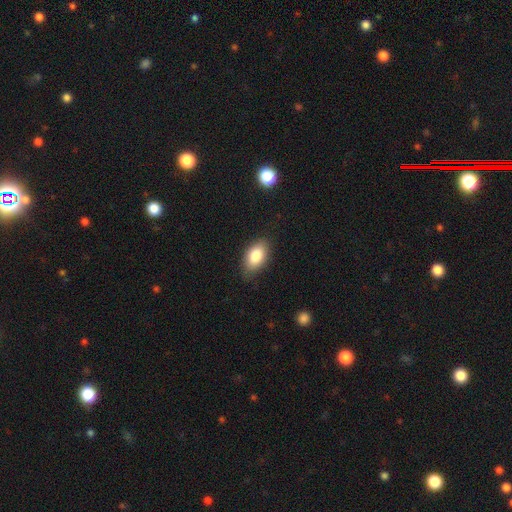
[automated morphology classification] smooth-or-featured: smooth: 84% | featured or disk: 9% | star or artifact: 7%
  how-rounded: in between: 92% | round: 6% | cigar-shaped: 2%
  merging: none: 82% | minor disturbance: 14% | major disturbance: 3% | merger: 1%